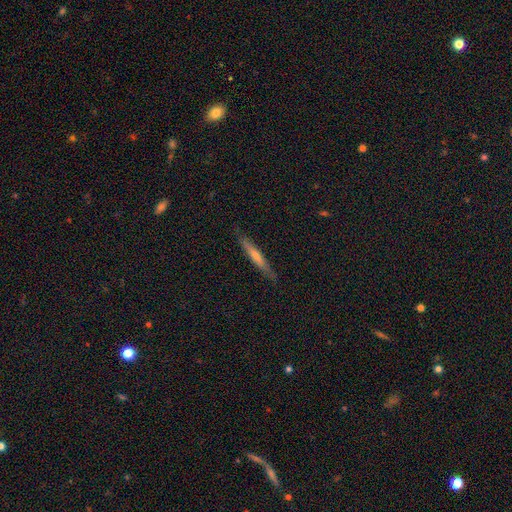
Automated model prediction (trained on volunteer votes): The model was most divided on "smooth or featured": featured or disk: 48%, smooth: 45%, star or artifact: 7%. More confident: merging — none (87%).